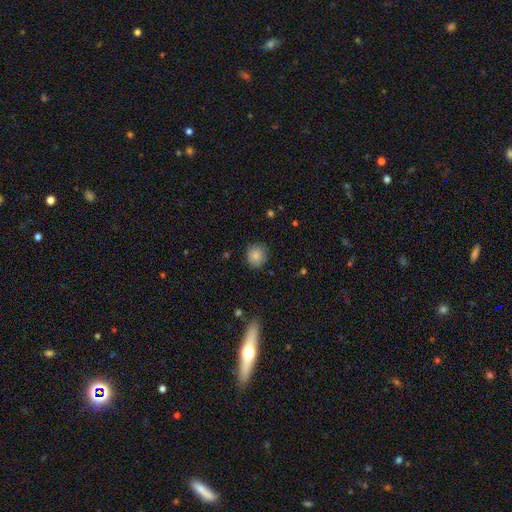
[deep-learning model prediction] smooth-or-featured: smooth: 83% | star or artifact: 9% | featured or disk: 8%
  how-rounded: round: 87% | in between: 12% | cigar-shaped: 1%
  merging: none: 84% | minor disturbance: 12% | major disturbance: 3% | merger: 1%